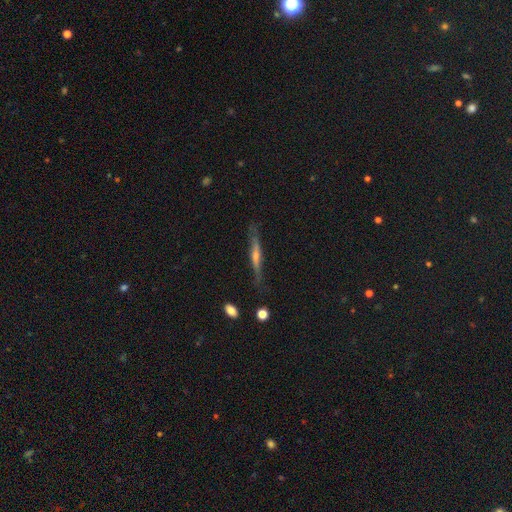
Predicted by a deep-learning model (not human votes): A featured or disk galaxy (70%) viewed edge-on (94%) with a rounded central bulge (75%).

Vote fractions:
- Smooth or featured? featured or disk: 70% / smooth: 19% / star or artifact: 11%
- Edge-on disk? yes: 94% / no: 6%
- Edge-on bulge? rounded: 75% / none: 16% / boxy: 9%
- Merging? none: 83% / minor disturbance: 12% / major disturbance: 3% / merger: 2%